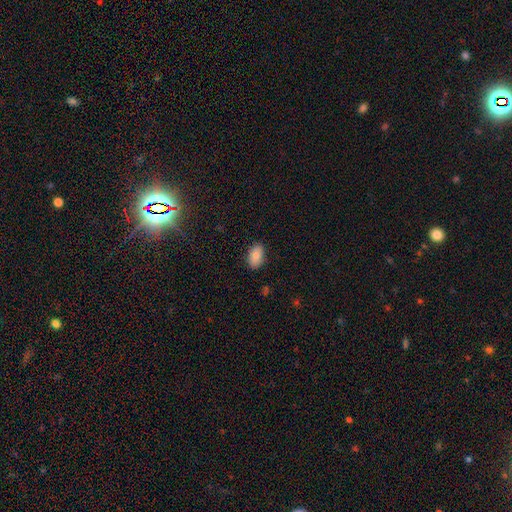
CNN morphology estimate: Smooth or featured?
  - smooth: 84% *
  - featured or disk: 8%
  - star or artifact: 8%
How rounded?
  - in between: 90% *
  - round: 8%
  - cigar-shaped: 2%
Merging?
  - none: 87% *
  - minor disturbance: 10%
  - major disturbance: 2%
  - merger: 1%